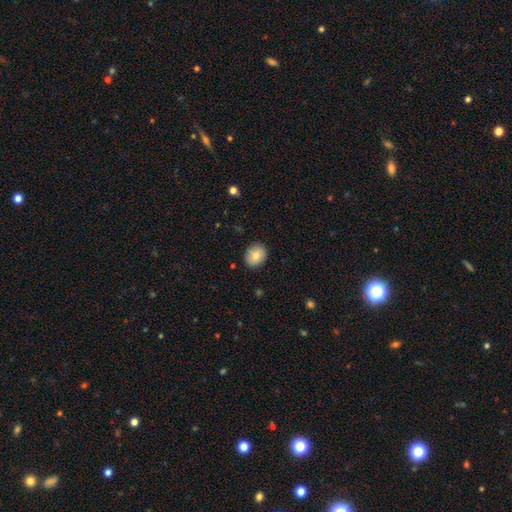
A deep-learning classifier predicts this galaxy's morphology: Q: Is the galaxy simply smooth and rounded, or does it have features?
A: smooth — 80%.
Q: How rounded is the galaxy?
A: round — 54%.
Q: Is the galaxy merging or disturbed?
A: none — 88%.